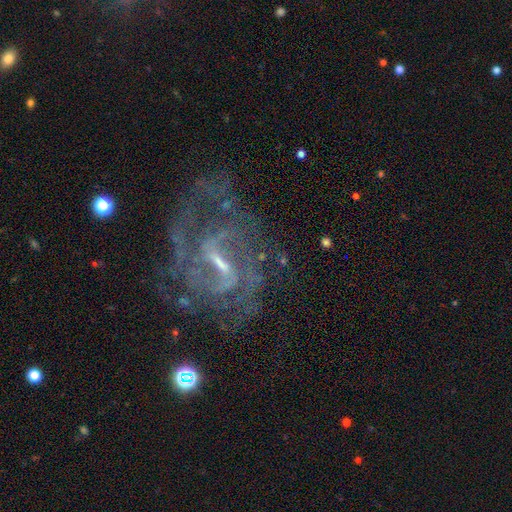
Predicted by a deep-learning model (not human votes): This appears to be a featured or disk galaxy (83%) with a weak bar (50%), 2 (33%) medium (44%) spiral arms (94%) and a small central bulge (61%). Merging: none (66%).